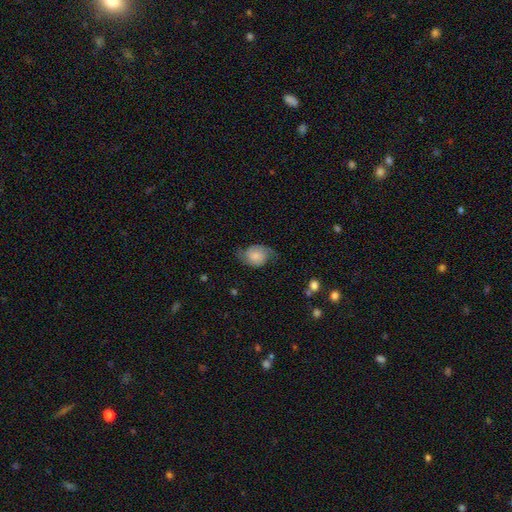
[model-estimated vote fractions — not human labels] The model was most divided on "smooth or featured": smooth: 53%, featured or disk: 39%, star or artifact: 8%. More confident: how rounded — in between (65%); merging — none (56%).